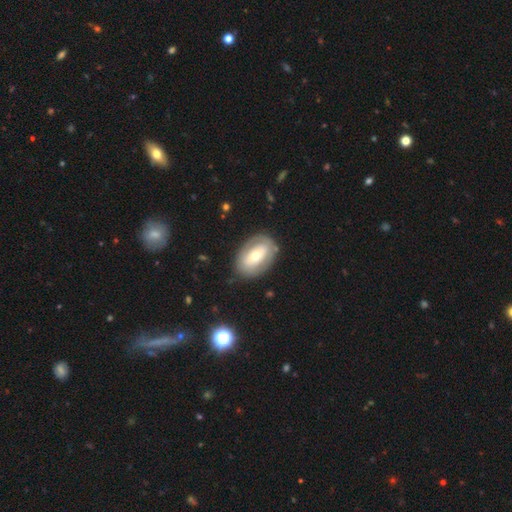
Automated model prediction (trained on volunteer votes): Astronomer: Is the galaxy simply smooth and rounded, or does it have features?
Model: featured or disk — 50% (runner-up: smooth, 45%).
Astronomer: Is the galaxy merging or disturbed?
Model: none — 78%.